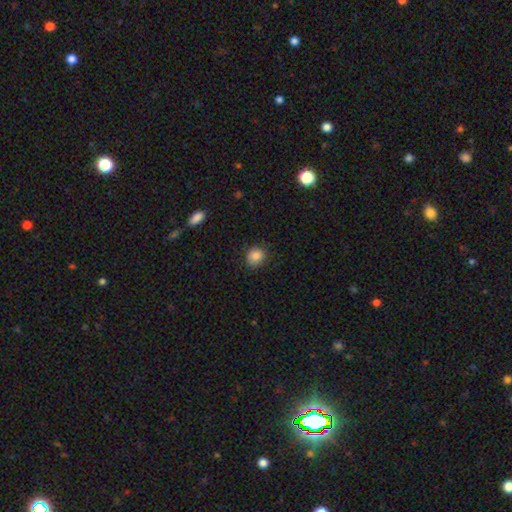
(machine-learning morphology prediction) Smooth or featured: smooth — 85% (star or artifact — 10%)
How rounded: round — 75% (in between — 24%)
Merging: none — 82% (minor disturbance — 14%)